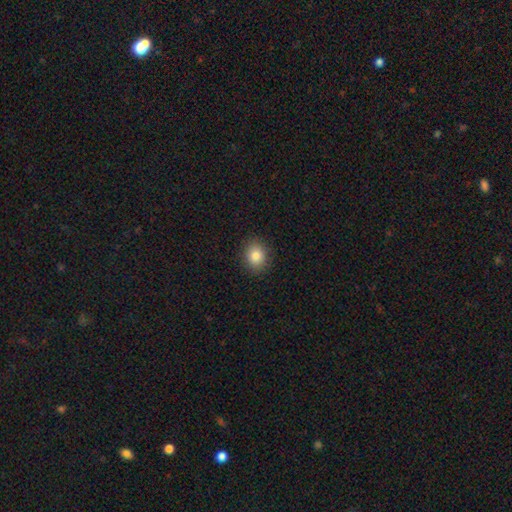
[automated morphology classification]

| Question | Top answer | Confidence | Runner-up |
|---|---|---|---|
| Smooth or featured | smooth | 83% | star or artifact (10%) |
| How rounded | round | 63% | in between (36%) |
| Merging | none | 90% | minor disturbance (7%) |